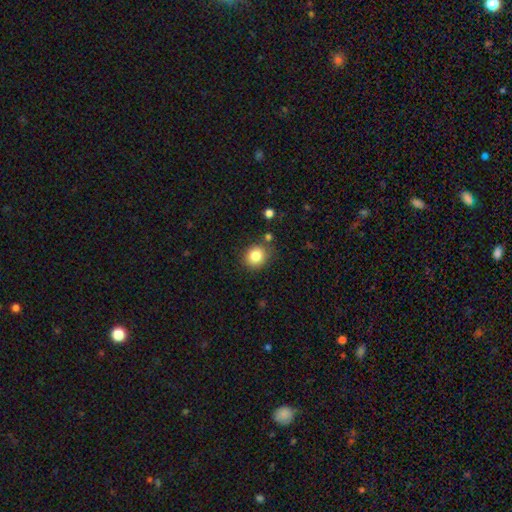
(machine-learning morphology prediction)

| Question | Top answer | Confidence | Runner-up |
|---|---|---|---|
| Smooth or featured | smooth | 83% | star or artifact (10%) |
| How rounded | round | 75% | in between (24%) |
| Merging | none | 80% | minor disturbance (12%) |